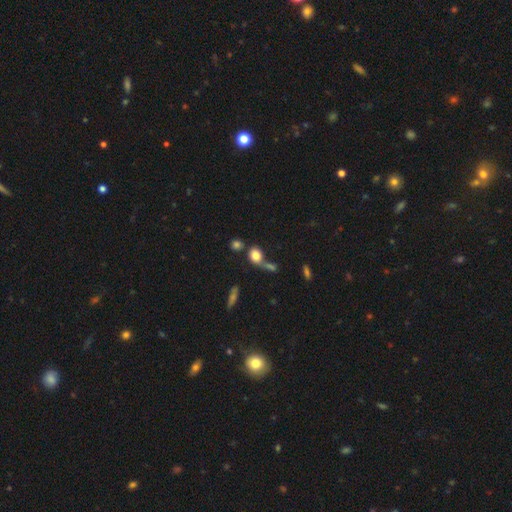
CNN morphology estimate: Q: Smooth or featured?
A: smooth (79%); runner-up: star or artifact (11%)
Q: How rounded?
A: round (52%); runner-up: in between (45%)
Q: Merging?
A: none (44%); runner-up: merger (34%)